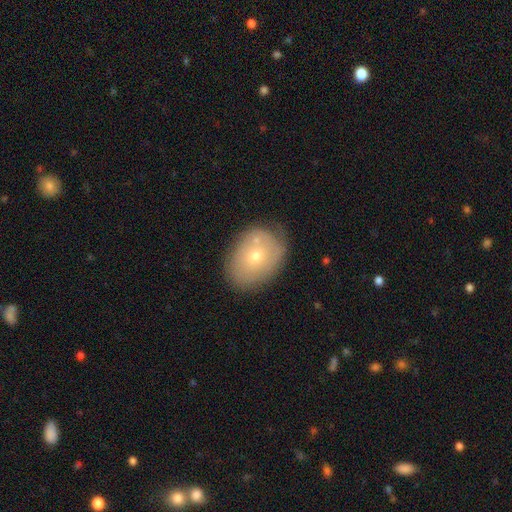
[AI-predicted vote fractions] This appears to be a smooth galaxy with no disk features (58%) that is in between round and cigar-shaped (66%). Merging: none (66%).